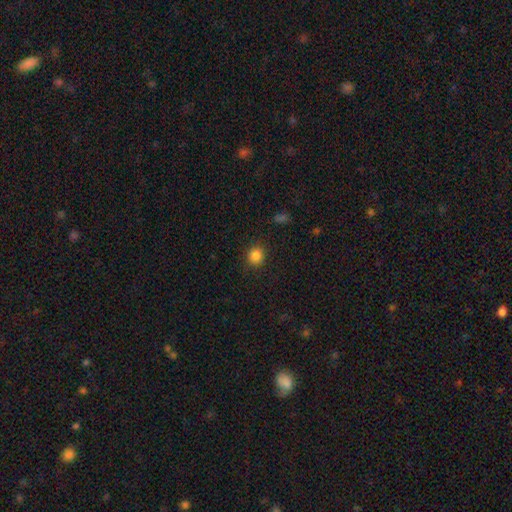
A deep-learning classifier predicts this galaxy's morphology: A smooth galaxy with no disk features (84%) that is round (88%). Merging: none (90%).